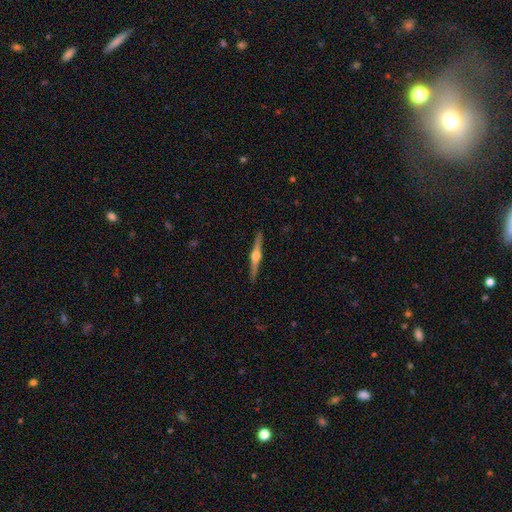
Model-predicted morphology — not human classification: This appears to be a featured or disk galaxy (83%) viewed edge-on (99%) with a rounded central bulge (95%). Merging: none (92%).